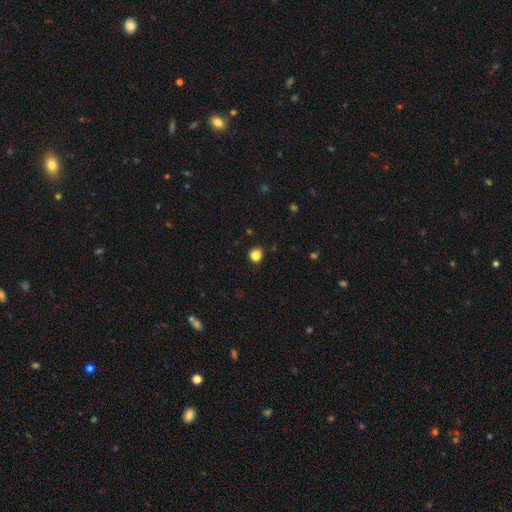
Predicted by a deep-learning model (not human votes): A smooth galaxy with no disk features (85%) that is round (79%). Merging: none (87%).